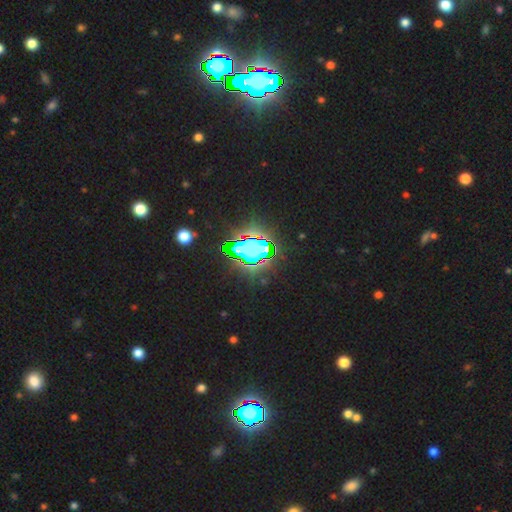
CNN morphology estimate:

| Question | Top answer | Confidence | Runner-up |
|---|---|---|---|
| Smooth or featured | star or artifact | 71% | smooth (17%) |